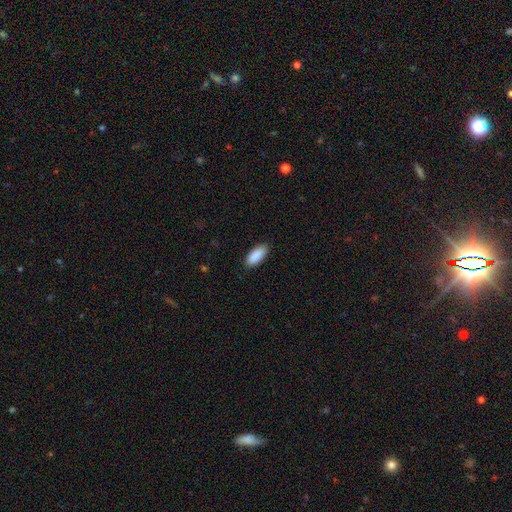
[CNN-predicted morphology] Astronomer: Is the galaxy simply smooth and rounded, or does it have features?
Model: smooth — 91%.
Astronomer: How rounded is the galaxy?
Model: in between — 85%.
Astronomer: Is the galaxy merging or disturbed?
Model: none — 87%.